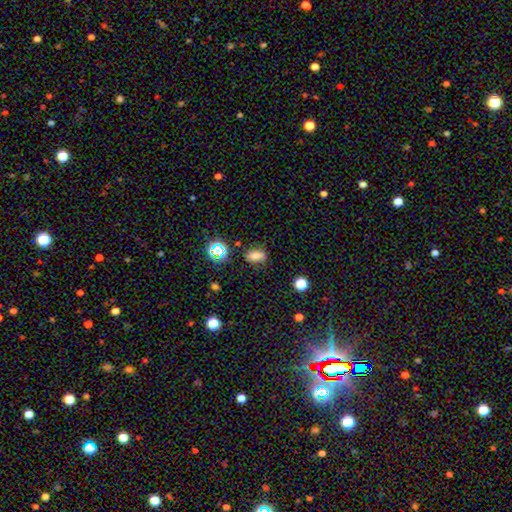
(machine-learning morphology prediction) smooth_or_featured: smooth (p=0.69) [alt: star or artifact p=0.19]
how_rounded: in between (p=0.78) [alt: round p=0.17]
merging: none (p=0.78) [alt: minor disturbance p=0.15]